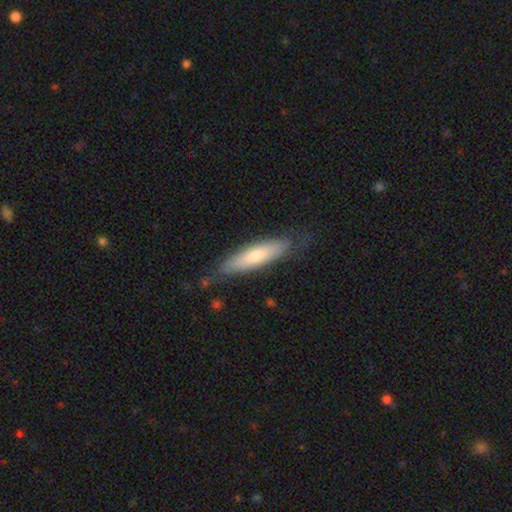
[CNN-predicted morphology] This appears to be a smooth galaxy with no disk features (53%) that is cigar-shaped (78%). Merging: none (78%).